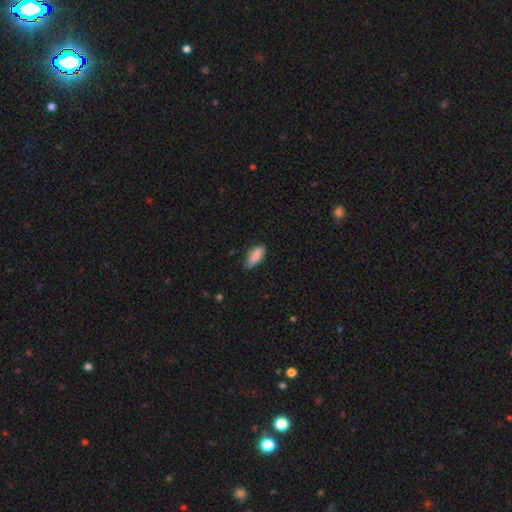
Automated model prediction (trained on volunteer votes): Smooth or featured? smooth (85%)
How rounded? in between (69%)
Merging? none (63%)